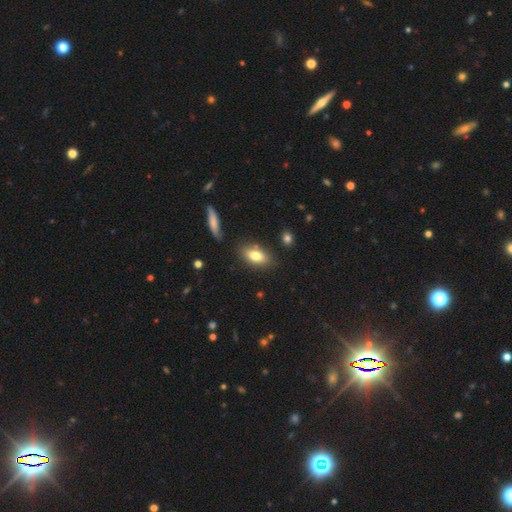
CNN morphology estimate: smooth-or-featured: smooth: 78% | featured or disk: 15% | star or artifact: 8%
  how-rounded: in between: 85% | cigar-shaped: 10% | round: 5%
  merging: none: 80% | minor disturbance: 13% | merger: 4% | major disturbance: 3%